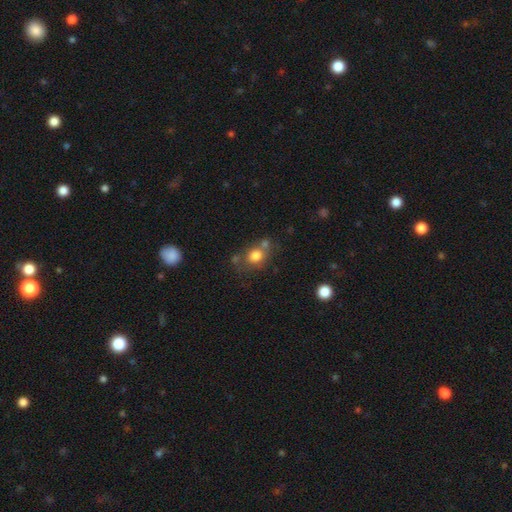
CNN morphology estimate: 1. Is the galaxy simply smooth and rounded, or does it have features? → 78% smooth, 11% featured or disk, 11% star or artifact.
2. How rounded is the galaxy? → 62% round, 37% in between, 1% cigar-shaped.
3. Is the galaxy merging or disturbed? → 56% none, 22% merger, 16% minor disturbance, 7% major disturbance.